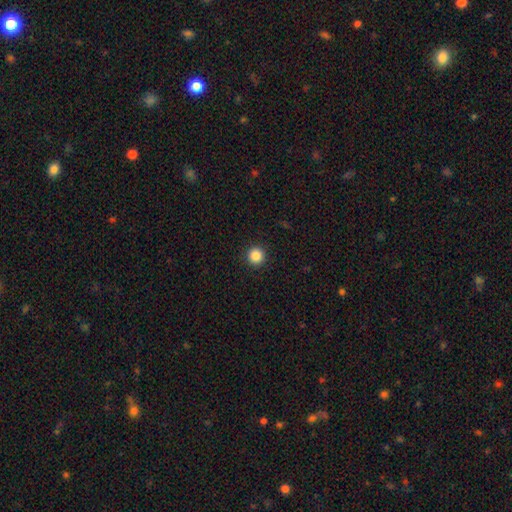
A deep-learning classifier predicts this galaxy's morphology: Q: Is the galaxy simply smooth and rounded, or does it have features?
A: smooth — 86%.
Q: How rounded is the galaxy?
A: round — 95%.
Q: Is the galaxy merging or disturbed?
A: none — 93%.